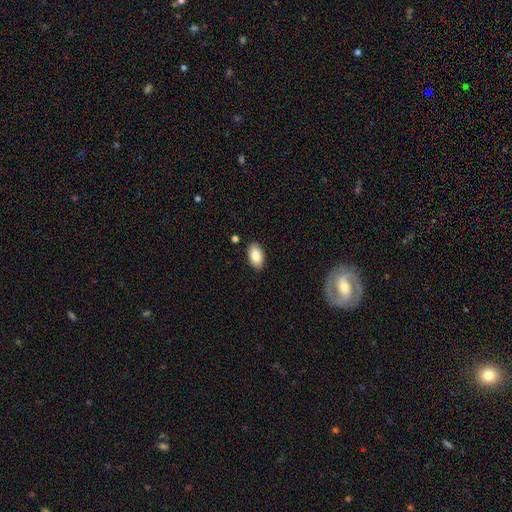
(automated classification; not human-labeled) Smooth or featured?
  - smooth: 84% *
  - featured or disk: 9%
  - star or artifact: 7%
How rounded?
  - in between: 94% *
  - round: 5%
  - cigar-shaped: 2%
Merging?
  - none: 88% *
  - minor disturbance: 8%
  - major disturbance: 2%
  - merger: 2%